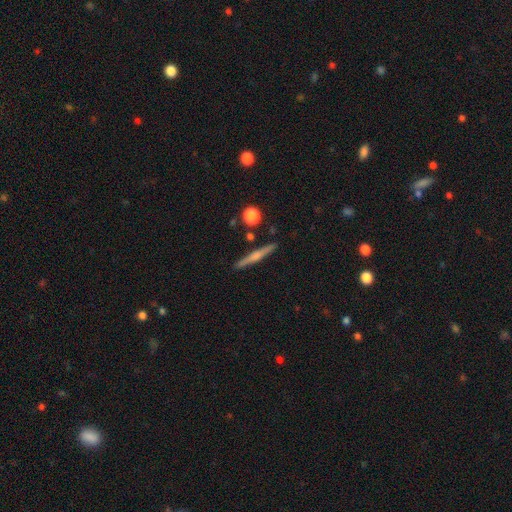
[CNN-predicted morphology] Smooth or featured? featured or disk (57%)
Edge-on disk? yes (98%)
Edge-on bulge? rounded (71%)
Merging? none (89%)